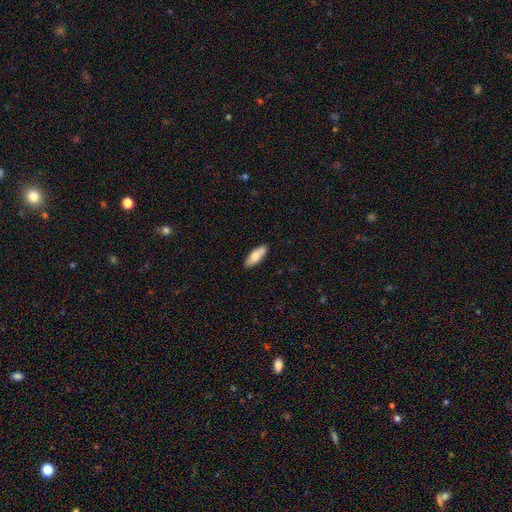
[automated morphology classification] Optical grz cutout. It shows a smooth galaxy with no disk features (74%) that is in between round and cigar-shaped (65%). Merging: none (87%).